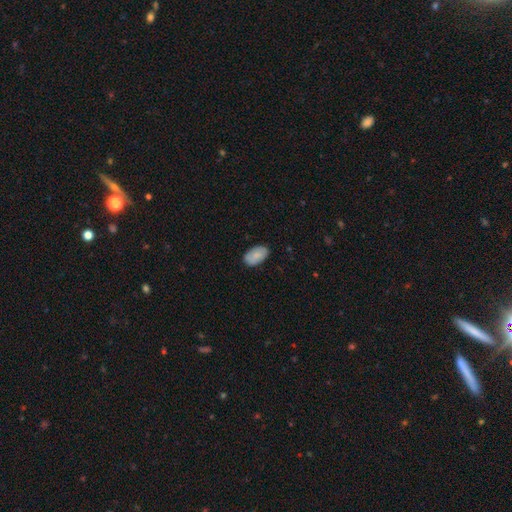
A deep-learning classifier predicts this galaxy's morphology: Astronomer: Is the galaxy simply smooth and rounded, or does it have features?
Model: smooth — 80%.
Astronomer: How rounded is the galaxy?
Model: in between — 94%.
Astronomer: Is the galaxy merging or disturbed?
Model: none — 85%.